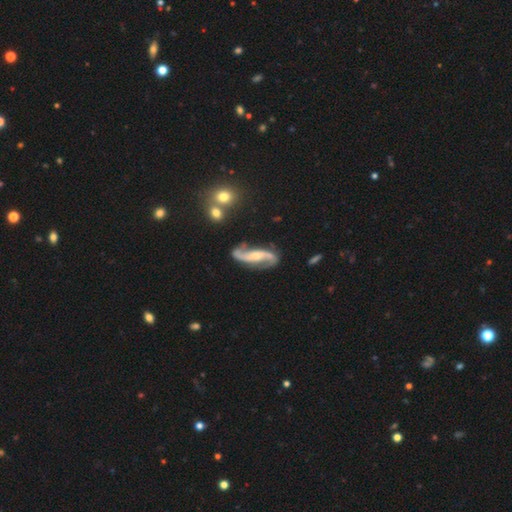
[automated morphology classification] This is clearly a featured or disk galaxy (90%). It is clearly not viewed edge-on (94%). Bar: marginally no (38%). Spiral arm pattern: clearly yes (97%). Spiral arm count: clearly 2 (94%). Spiral winding: likely loose (62%). Central bulge: marginally moderate (44%). Merging: likely none (75%).